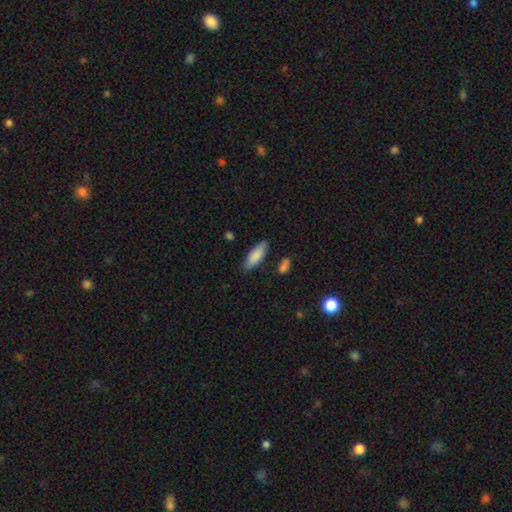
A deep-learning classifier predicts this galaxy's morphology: type=smooth (86%); roundness=in between (62%); merging=none (82%).